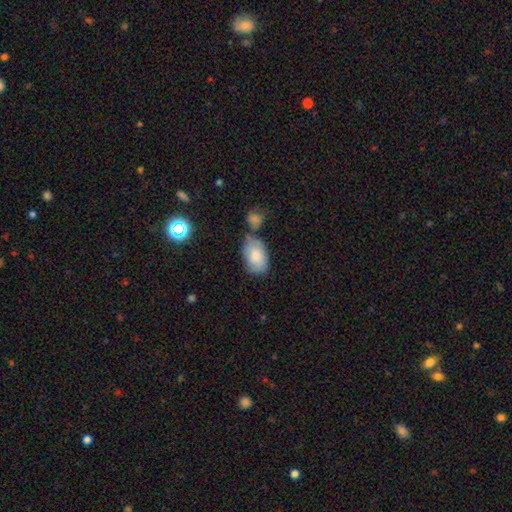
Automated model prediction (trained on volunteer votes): A smooth galaxy with no disk features (79%) that is in between round and cigar-shaped (92%). Merging: none (55%).